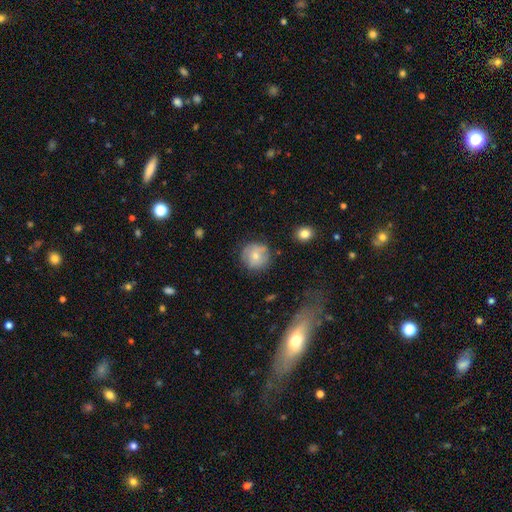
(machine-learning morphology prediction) A smooth galaxy with no disk features (64%) that is round (92%).

Vote fractions:
- Smooth or featured? smooth: 64% / featured or disk: 27% / star or artifact: 9%
- How rounded? round: 92% / in between: 7% / cigar-shaped: 1%
- Merging? none: 73% / minor disturbance: 20% / major disturbance: 5% / merger: 2%